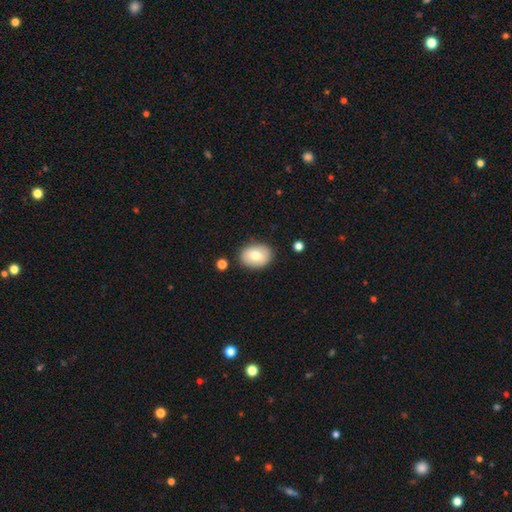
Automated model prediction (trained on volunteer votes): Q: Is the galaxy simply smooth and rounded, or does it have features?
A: smooth — 74%.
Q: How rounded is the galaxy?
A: in between — 72%.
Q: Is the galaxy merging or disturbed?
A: none — 85%.